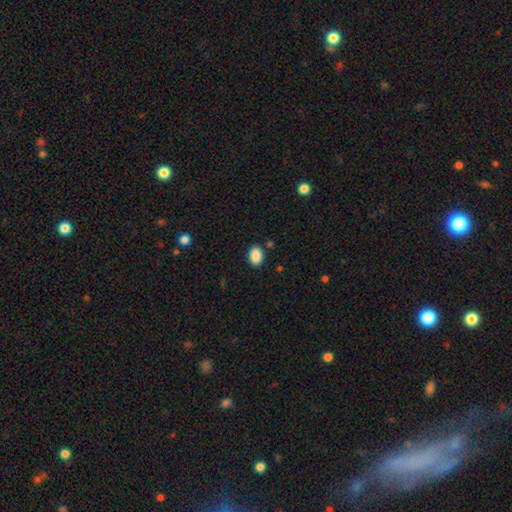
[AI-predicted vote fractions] smooth-or-featured: smooth: 89% | star or artifact: 8% | featured or disk: 3%
  how-rounded: in between: 83% | round: 16% | cigar-shaped: 1%
  merging: none: 87% | minor disturbance: 9% | major disturbance: 2% | merger: 2%